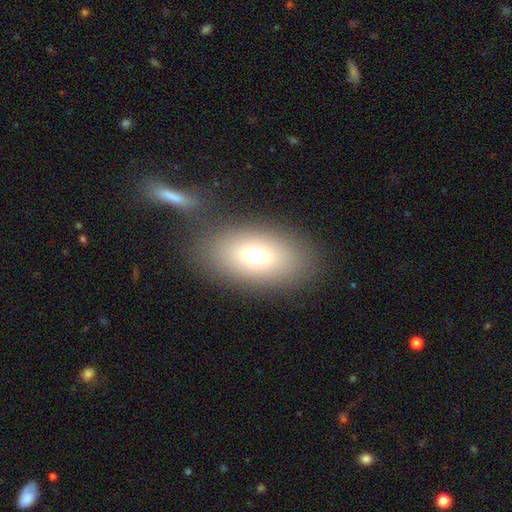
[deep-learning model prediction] This appears to be a smooth galaxy with no disk features (69%) that is in between round and cigar-shaped (85%). Merging: none (75%).